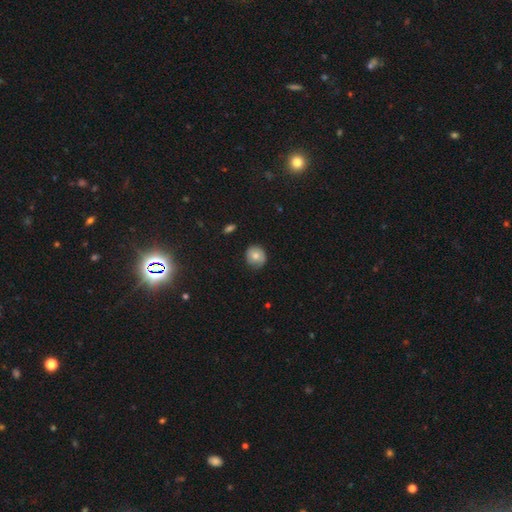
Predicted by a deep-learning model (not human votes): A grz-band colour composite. It shows a smooth galaxy with no disk features (76%) that is round (86%). Merging: none (78%).